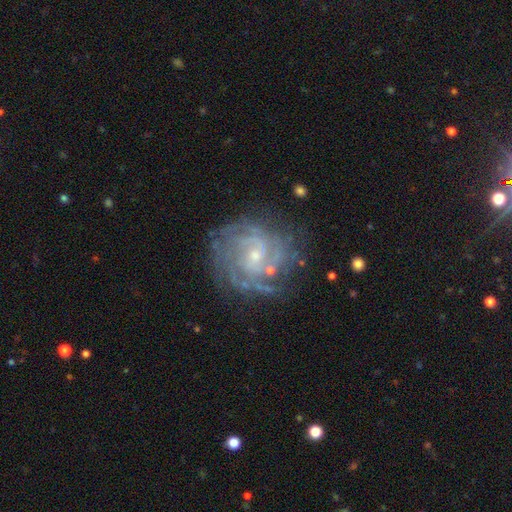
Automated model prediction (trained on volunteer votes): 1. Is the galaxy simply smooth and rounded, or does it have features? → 87% featured or disk, 7% star or artifact, 7% smooth.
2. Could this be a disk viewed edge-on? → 98% no, 2% yes.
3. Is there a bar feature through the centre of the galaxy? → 59% no, 34% weak, 7% strong.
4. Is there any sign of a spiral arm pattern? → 96% yes, 4% no.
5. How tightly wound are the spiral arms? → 66% tight, 29% medium, 5% loose.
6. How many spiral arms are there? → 28% can't tell, 23% 3, 18% 4, 18% 2, 8% more than 4, 6% 1.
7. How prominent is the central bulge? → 66% small, 28% moderate, 3% none, 1% large, 1% dominant.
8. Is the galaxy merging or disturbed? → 72% none, 17% minor disturbance, 8% major disturbance, 3% merger.